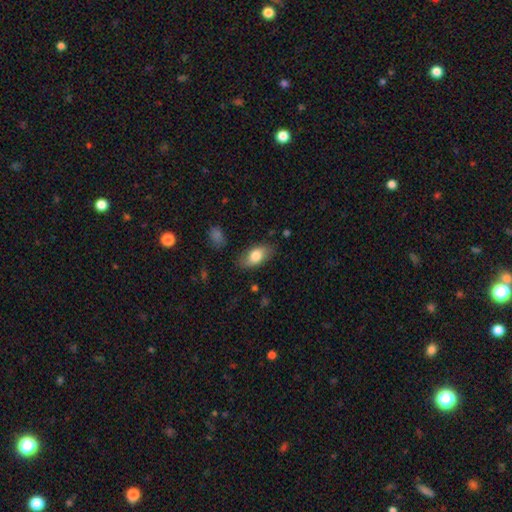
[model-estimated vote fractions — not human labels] Q: Smooth or featured?
A: smooth (76%); runner-up: featured or disk (18%)
Q: How rounded?
A: in between (91%); runner-up: round (5%)
Q: Merging?
A: none (79%); runner-up: minor disturbance (16%)